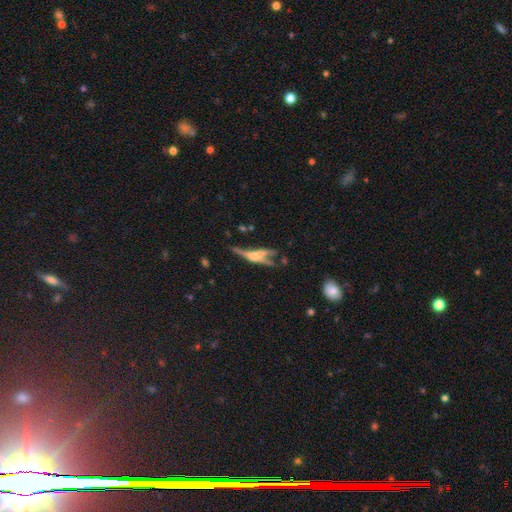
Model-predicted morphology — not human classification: A featured or disk galaxy (59%) viewed edge-on (76%). Merging: none (39%).